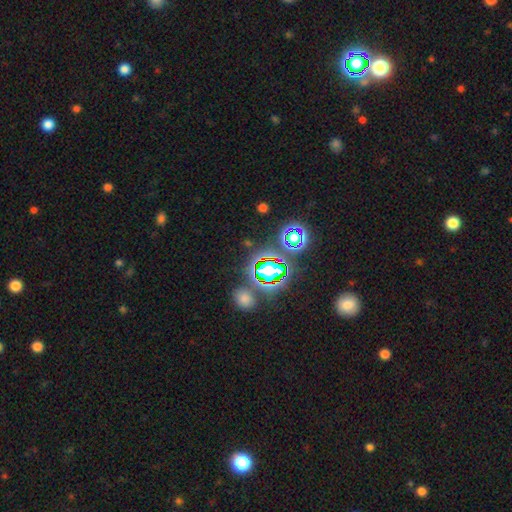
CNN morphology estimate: Q: Smooth or featured?
A: star or artifact (77%); runner-up: smooth (15%)